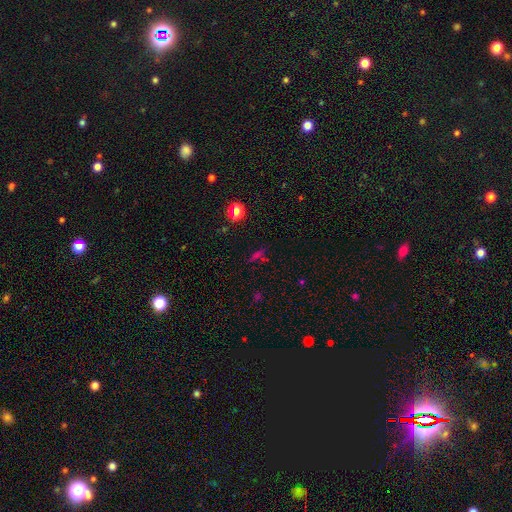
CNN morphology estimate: star or artifact 44%, smooth 41%, featured or disk 15%.